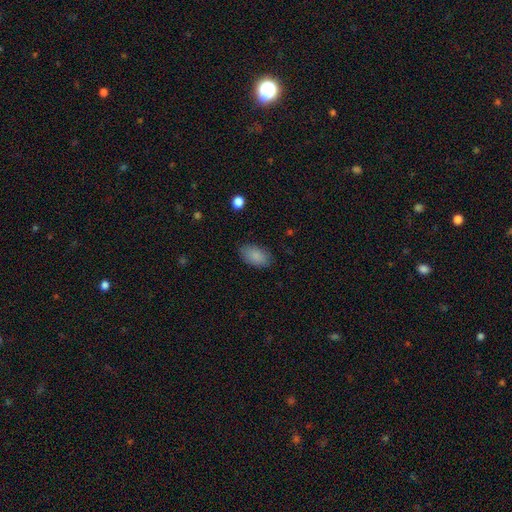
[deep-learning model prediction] This is clearly a smooth galaxy (88%). How rounded: clearly in between (93%). Merging: clearly none (82%).